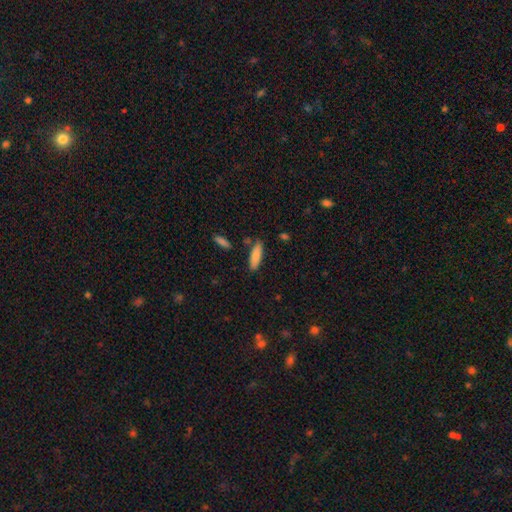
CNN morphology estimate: Q: Smooth or featured?
A: smooth (84%); runner-up: featured or disk (10%)
Q: How rounded?
A: cigar-shaped (54%); runner-up: in between (45%)
Q: Merging?
A: none (79%); runner-up: minor disturbance (13%)